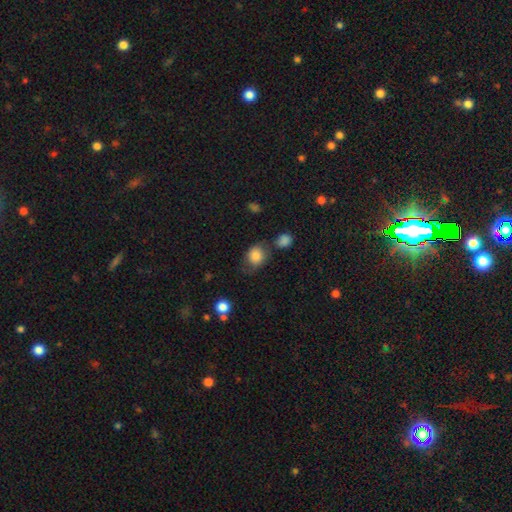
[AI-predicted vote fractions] This is clearly a smooth galaxy (81%). How rounded: likely round (62%). Merging: possibly none (55%).